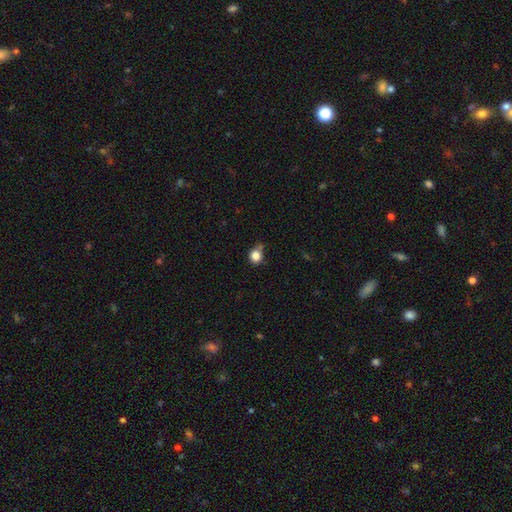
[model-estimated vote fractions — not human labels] Smooth or featured? smooth (83%)
How rounded? round (81%)
Merging? none (56%)